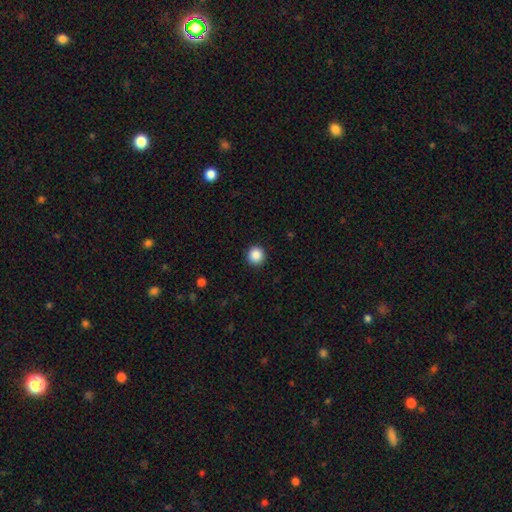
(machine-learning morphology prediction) Smooth or featured: smooth — 87% (star or artifact — 10%)
How rounded: round — 95% (in between — 4%)
Merging: none — 92% (minor disturbance — 5%)